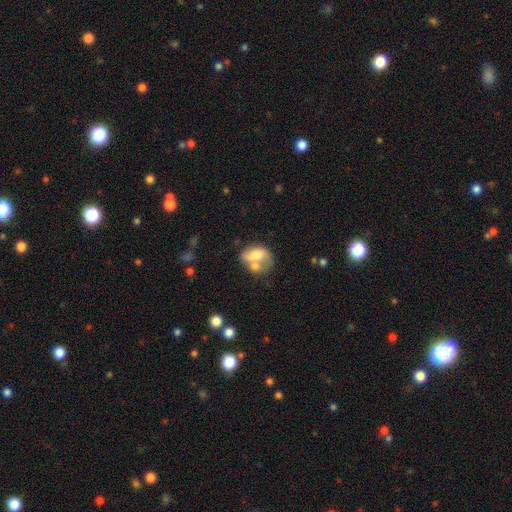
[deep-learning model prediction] Morphology: type=smooth (57%); roundness=in between (74%); merging=merger (47%).